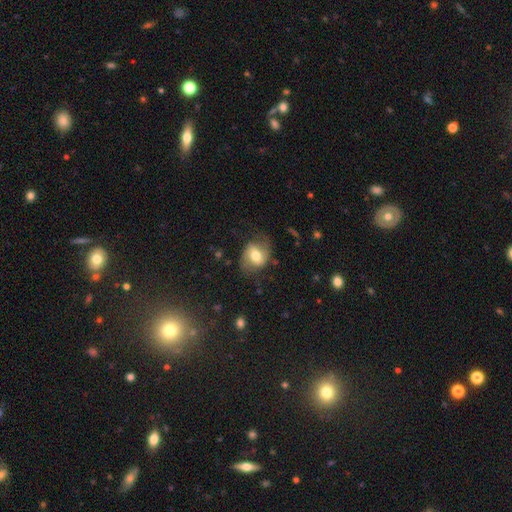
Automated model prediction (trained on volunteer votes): A smooth galaxy with no disk features (49%).

Vote fractions:
- Smooth or featured? smooth: 49% / featured or disk: 44% / star or artifact: 8%
- Merging? none: 64% / minor disturbance: 22% / major disturbance: 12% / merger: 1%